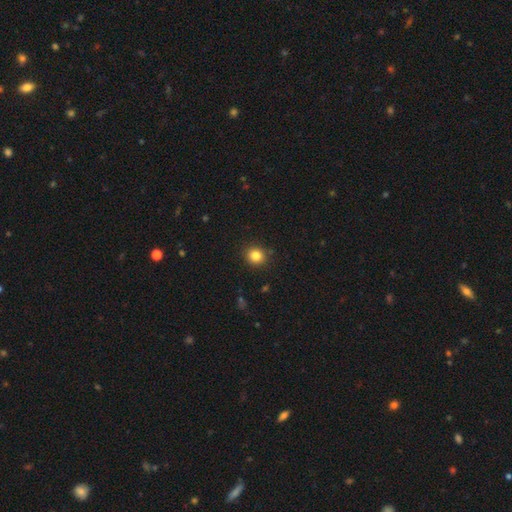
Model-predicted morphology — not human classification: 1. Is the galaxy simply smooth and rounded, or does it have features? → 84% smooth, 11% star or artifact, 5% featured or disk.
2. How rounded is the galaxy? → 85% round, 14% in between, 1% cigar-shaped.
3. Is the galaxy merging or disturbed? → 90% none, 7% minor disturbance, 2% major disturbance, 1% merger.